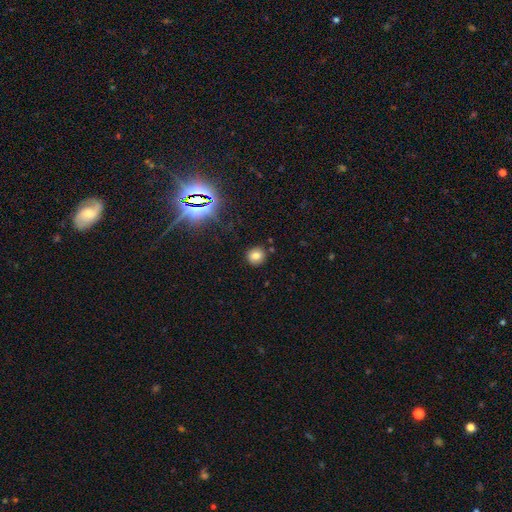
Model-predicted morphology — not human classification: This is likely a smooth galaxy (75%). How rounded: clearly round (89%). Merging: clearly none (87%).